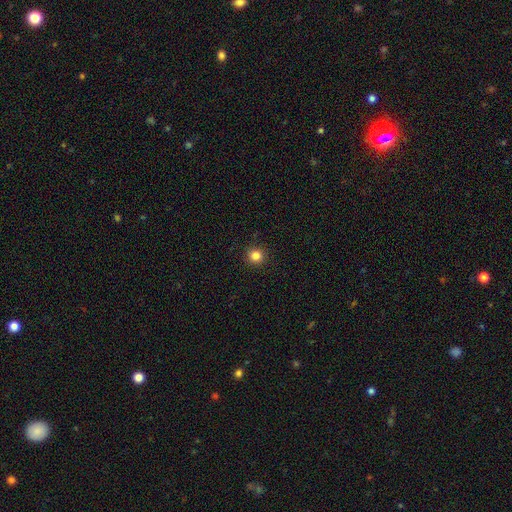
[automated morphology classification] Smooth or featured? Predicted: smooth (p=0.84). How rounded? Predicted: round (p=0.93). Merging? Predicted: none (p=0.92).